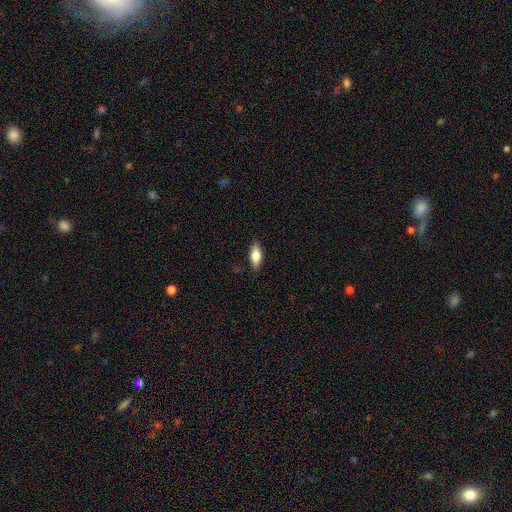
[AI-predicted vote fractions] smooth 66%, featured or disk 27%, star or artifact 6%. Down the decision tree: how rounded — in between (69%); merging — none (86%).